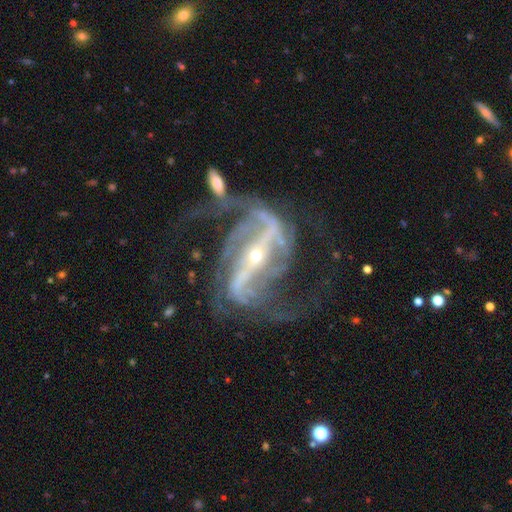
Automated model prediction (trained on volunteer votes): Smooth or featured? Predicted: featured or disk (p=0.92). Edge-on disk? Predicted: no (p=0.95). Bar? Predicted: strong (p=0.80). Spiral arms? Predicted: yes (p=0.97). Spiral winding? Predicted: medium (p=0.48). Spiral arm count? Predicted: 2 (p=0.76). Bulge size? Predicted: small (p=0.81). Merging? Predicted: none (p=0.48).